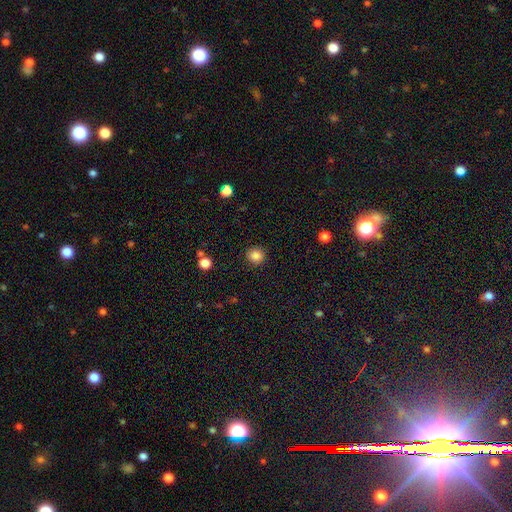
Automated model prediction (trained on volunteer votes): Smooth or featured: smooth — 86% (star or artifact — 11%)
How rounded: round — 89% (in between — 10%)
Merging: none — 90% (minor disturbance — 7%)